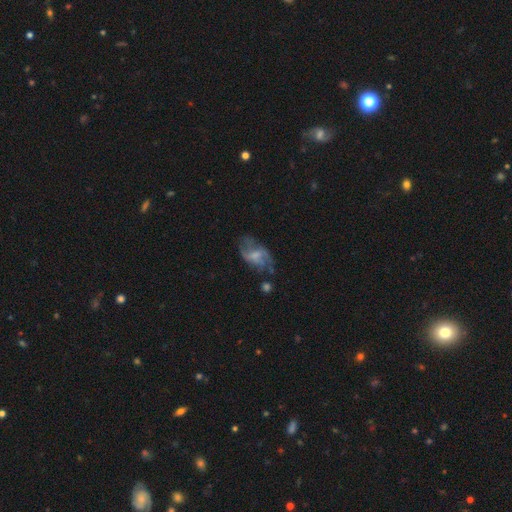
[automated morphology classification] smooth-or-featured: featured or disk: 60% | smooth: 31% | star or artifact: 9%
  disk-edge-on: no: 96% | yes: 4%
    bar: no: 46% | weak: 43% | strong: 11%
    has-spiral-arms: yes: 72% | no: 28%
    bulge-size: moderate: 31% | none: 30% | small: 30% | large: 8% | dominant: 2%
  merging: none: 45% | minor disturbance: 25% | major disturbance: 25% | merger: 5%